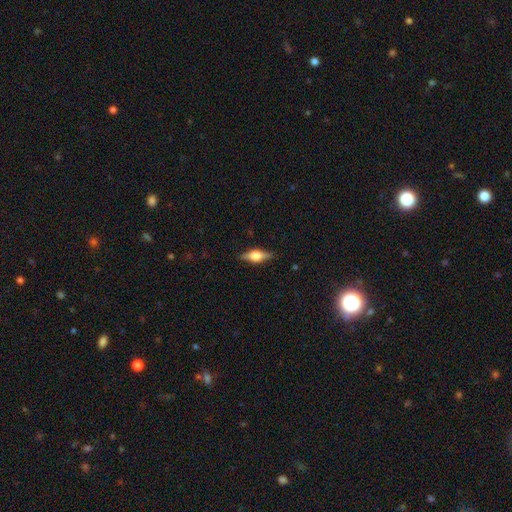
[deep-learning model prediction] Q: Smooth or featured?
A: featured or disk (60%); runner-up: smooth (32%)
Q: Edge-on disk?
A: yes (96%); runner-up: no (4%)
Q: Edge-on bulge?
A: rounded (90%); runner-up: boxy (8%)
Q: Merging?
A: none (86%); runner-up: minor disturbance (11%)